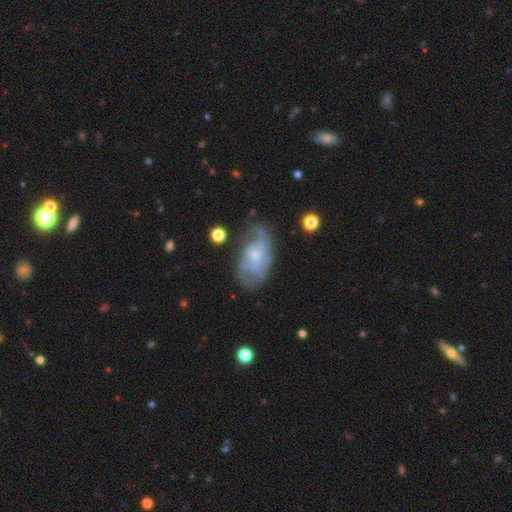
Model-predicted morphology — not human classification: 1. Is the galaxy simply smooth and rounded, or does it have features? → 74% featured or disk, 19% smooth, 7% star or artifact.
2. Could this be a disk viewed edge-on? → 95% no, 5% yes.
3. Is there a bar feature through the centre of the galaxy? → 59% no, 35% weak, 5% strong.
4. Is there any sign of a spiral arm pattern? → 83% yes, 17% no.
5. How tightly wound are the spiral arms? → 42% medium, 40% tight, 18% loose.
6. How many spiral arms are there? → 40% can't tell, 35% 2, 13% 3, 5% 1, 4% 4, 3% more than 4.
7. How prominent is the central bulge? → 62% small, 27% moderate, 8% none, 2% large, 1% dominant.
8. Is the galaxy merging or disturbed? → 59% none, 24% minor disturbance, 14% major disturbance, 3% merger.